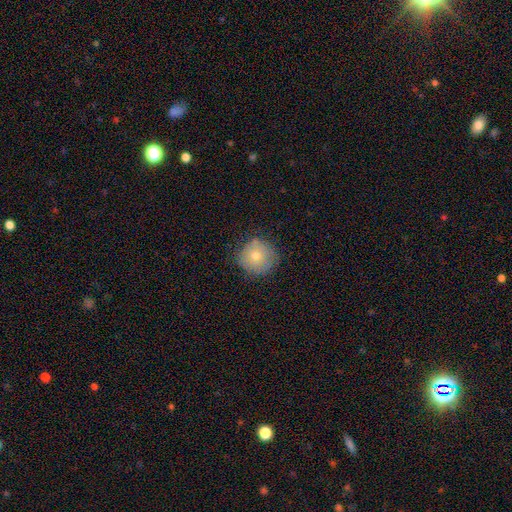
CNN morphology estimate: Overall: smooth (71%). How rounded: round (93%). Merging: none (80%).